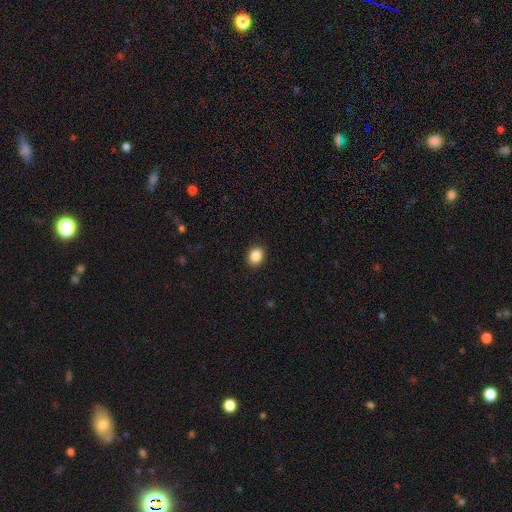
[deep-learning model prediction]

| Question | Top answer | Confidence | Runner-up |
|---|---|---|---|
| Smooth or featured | smooth | 87% | star or artifact (9%) |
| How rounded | round | 59% | in between (40%) |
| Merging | none | 91% | minor disturbance (6%) |